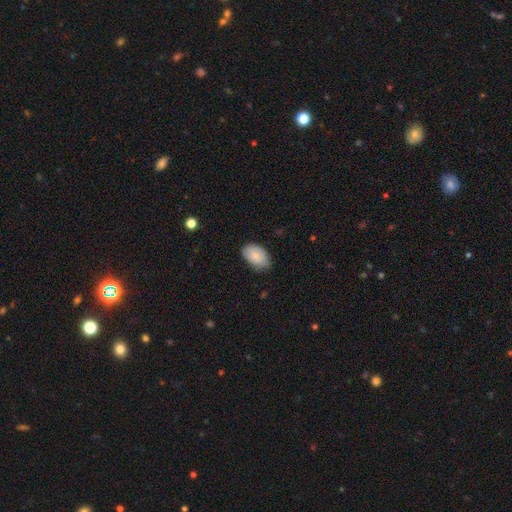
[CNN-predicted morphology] This appears to be a smooth galaxy with no disk features (85%) that is in between round and cigar-shaped (93%). Merging: none (77%).